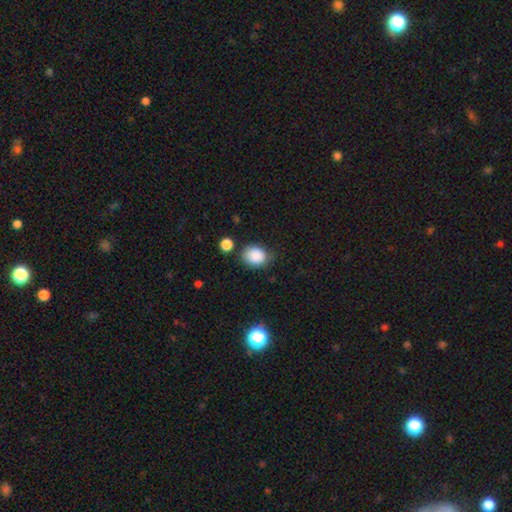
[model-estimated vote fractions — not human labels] Overall: smooth (87%). How rounded: round (56%; in between 43%). Merging: none (69%).